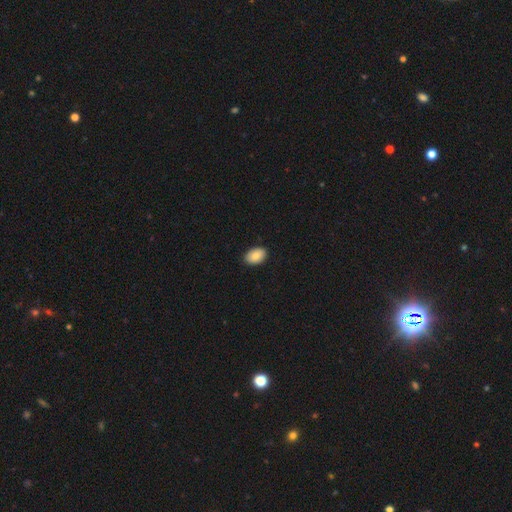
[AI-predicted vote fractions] smooth 85%, featured or disk 8%, star or artifact 7%. Down the decision tree: how rounded — in between (89%); merging — none (89%).